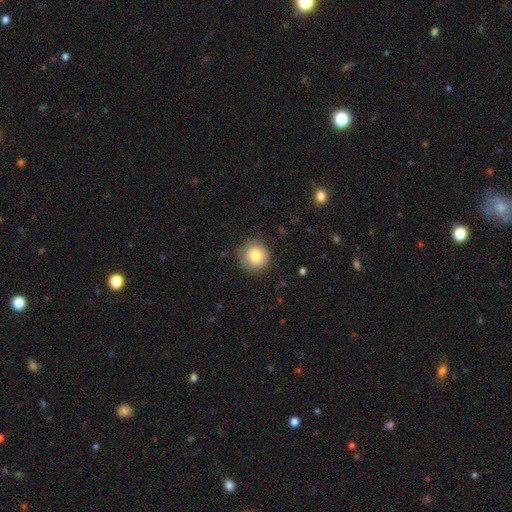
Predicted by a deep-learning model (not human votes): Smooth or featured?
  - smooth: 79% *
  - featured or disk: 12%
  - star or artifact: 9%
How rounded?
  - round: 90% *
  - in between: 9%
  - cigar-shaped: 1%
Merging?
  - none: 81% *
  - minor disturbance: 14%
  - major disturbance: 4%
  - merger: 1%